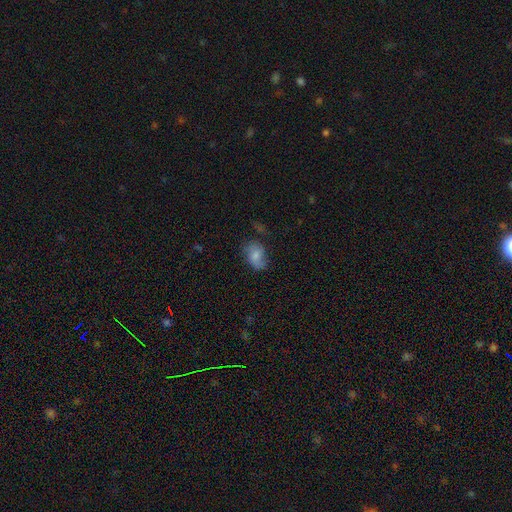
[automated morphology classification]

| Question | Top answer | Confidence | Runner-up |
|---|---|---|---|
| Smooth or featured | smooth | 65% | featured or disk (26%) |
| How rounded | in between | 78% | round (21%) |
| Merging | none | 57% | minor disturbance (28%) |